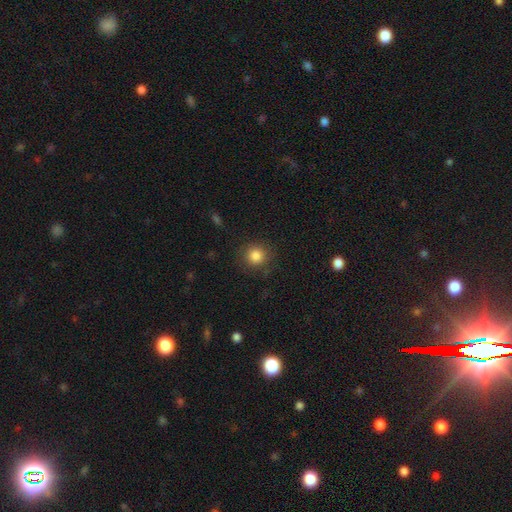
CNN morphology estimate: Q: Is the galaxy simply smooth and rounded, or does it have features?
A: smooth — 84%.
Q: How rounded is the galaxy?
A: round — 92%.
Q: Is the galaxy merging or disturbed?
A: none — 85%.